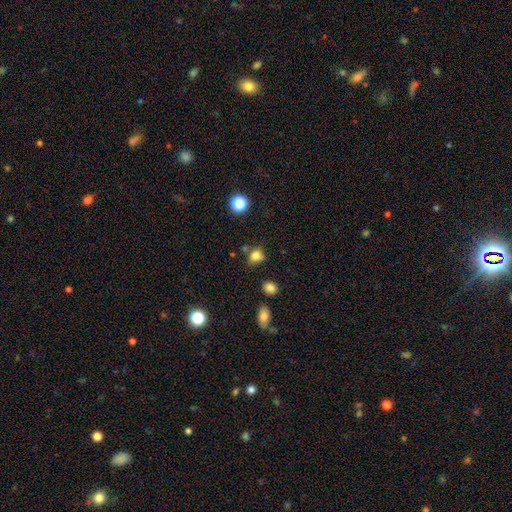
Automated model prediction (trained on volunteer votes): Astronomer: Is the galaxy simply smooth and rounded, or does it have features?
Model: smooth — 80%.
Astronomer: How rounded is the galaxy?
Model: round — 57% (runner-up: in between, 42%).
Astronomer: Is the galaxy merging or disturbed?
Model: none — 63%.